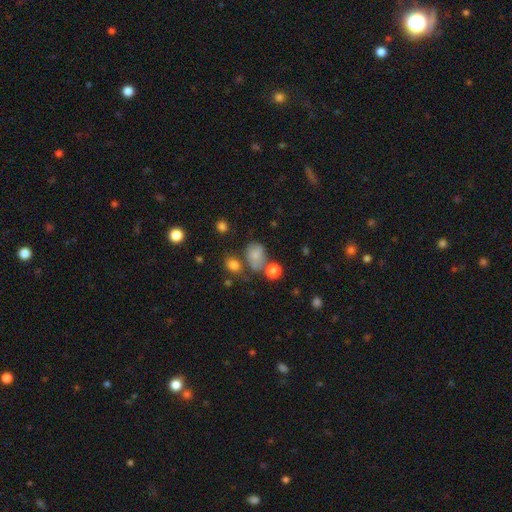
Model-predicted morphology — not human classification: Smooth or featured? smooth (70%)
How rounded? in between (64%)
Merging? none (45%)